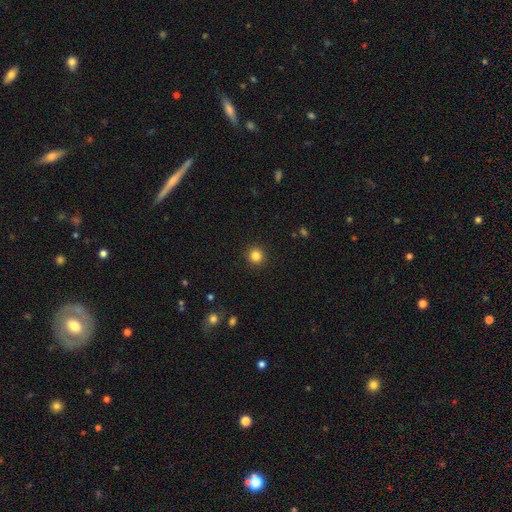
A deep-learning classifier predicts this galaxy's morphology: Overall: smooth (84%). How rounded: round (95%). Merging: none (92%).